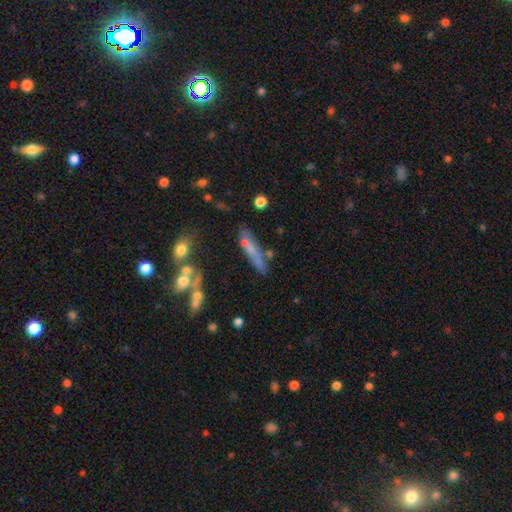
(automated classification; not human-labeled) Smooth or featured? Predicted: smooth (p=0.39). Merging? Predicted: none (p=0.59).